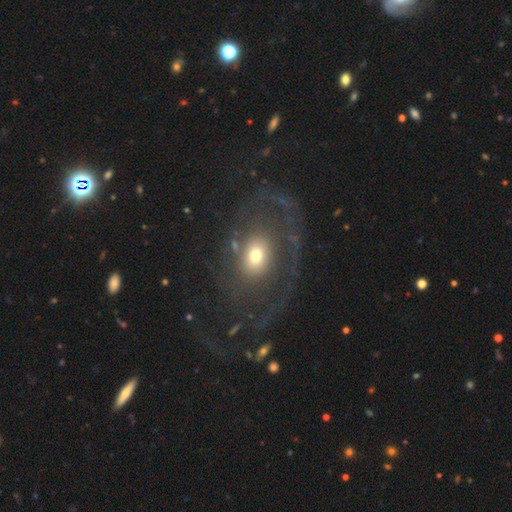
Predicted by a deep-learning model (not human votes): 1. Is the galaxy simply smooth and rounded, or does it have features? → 59% featured or disk, 30% smooth, 11% star or artifact.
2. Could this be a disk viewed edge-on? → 95% no, 5% yes.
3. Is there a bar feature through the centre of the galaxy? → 78% no, 17% weak, 6% strong.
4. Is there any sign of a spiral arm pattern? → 67% yes, 33% no.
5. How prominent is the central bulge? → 56% moderate, 27% small, 12% large, 3% dominant, 1% none.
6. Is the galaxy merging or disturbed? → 52% none, 29% major disturbance, 15% minor disturbance, 3% merger.